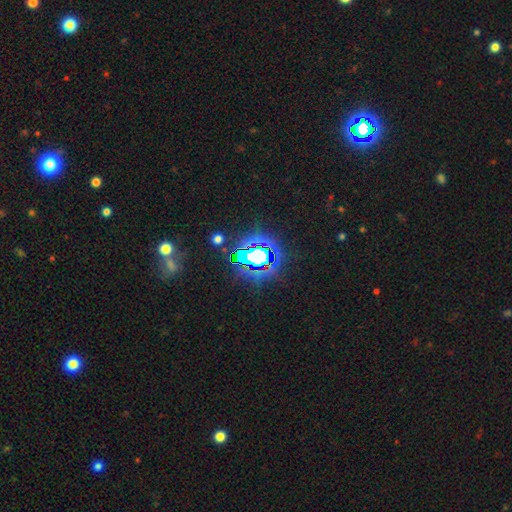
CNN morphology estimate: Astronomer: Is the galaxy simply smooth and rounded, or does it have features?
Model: star or artifact — 69%.